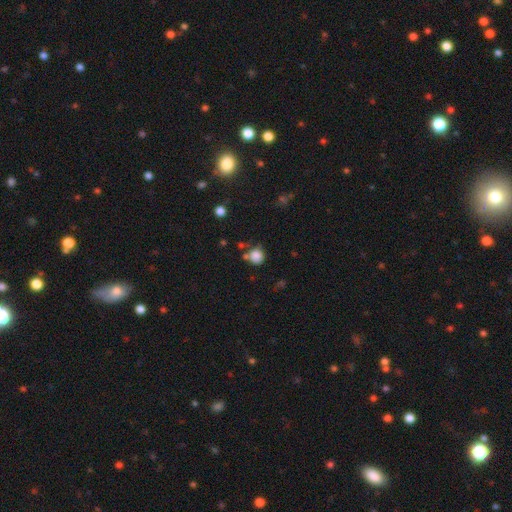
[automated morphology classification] Smooth or featured? Predicted: smooth (p=0.83). How rounded? Predicted: round (p=0.84). Merging? Predicted: none (p=0.61).